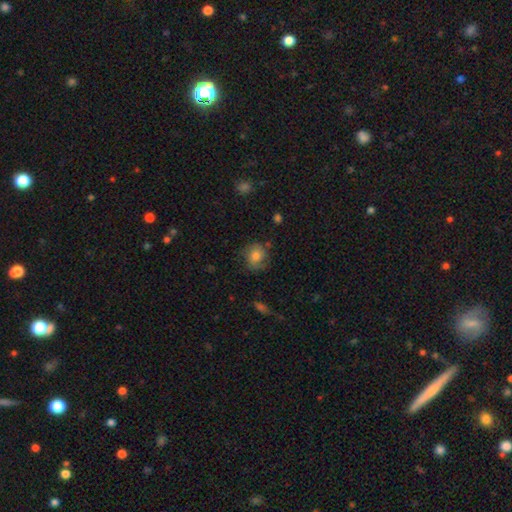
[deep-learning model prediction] Overall: smooth (64%; featured or disk 26%). How rounded: round (80%). Merging: none (68%).